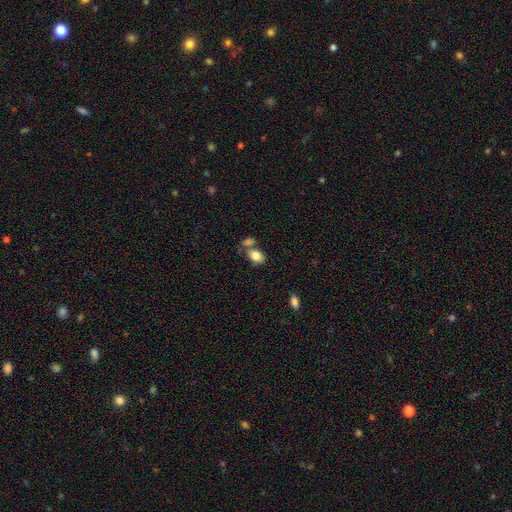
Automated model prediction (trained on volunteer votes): Smooth or featured: smooth — 83% (featured or disk — 9%)
How rounded: in between — 78% (round — 21%)
Merging: none — 48% (merger — 32%)